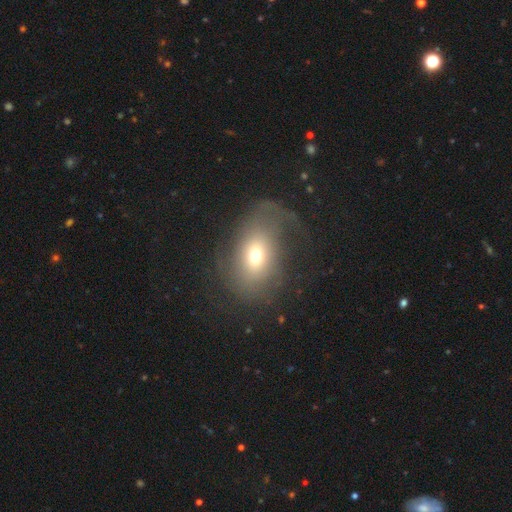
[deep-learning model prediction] smooth_or_featured: smooth (p=0.59) [alt: featured or disk p=0.29]
how_rounded: in between (p=0.64) [alt: round p=0.35]
merging: major disturbance (p=0.41) [alt: none p=0.38]